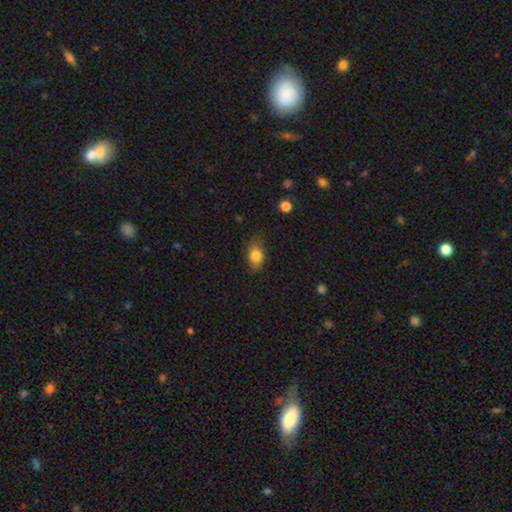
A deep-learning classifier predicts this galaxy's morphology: Smooth or featured: smooth — 81% (featured or disk — 10%)
How rounded: in between — 79% (round — 18%)
Merging: none — 74% (minor disturbance — 20%)